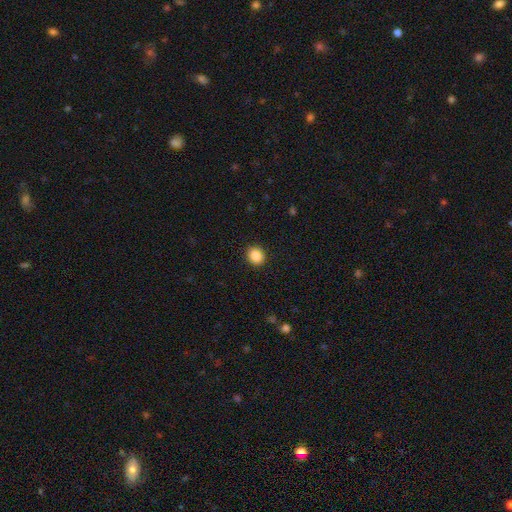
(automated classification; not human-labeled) smooth_or_featured: smooth (p=0.87) [alt: star or artifact p=0.09]
how_rounded: round (p=0.80) [alt: in between p=0.20]
merging: none (p=0.91) [alt: minor disturbance p=0.06]